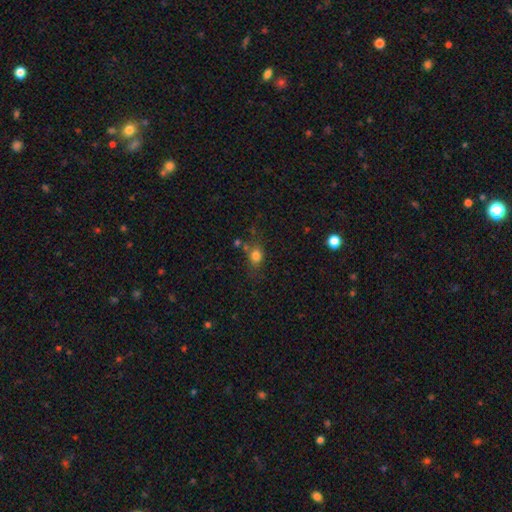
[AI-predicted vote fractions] A smooth galaxy with no disk features (78%) that is in between round and cigar-shaped (54%).

Vote fractions:
- Smooth or featured? smooth: 78% / star or artifact: 13% / featured or disk: 9%
- How rounded? in between: 54% / round: 44% / cigar-shaped: 2%
- Merging? none: 61% / minor disturbance: 20% / merger: 11% / major disturbance: 8%